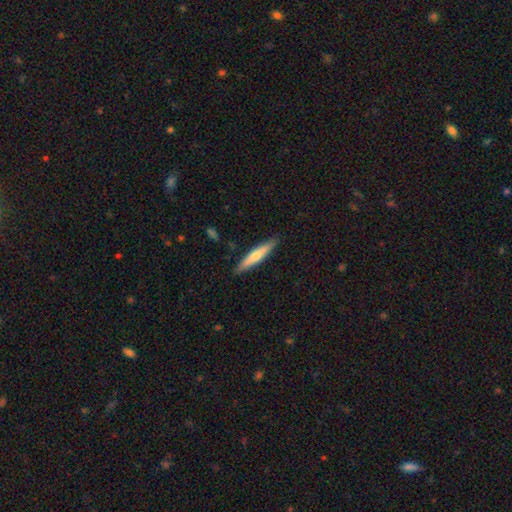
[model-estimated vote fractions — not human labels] Q: Smooth or featured?
A: smooth (60%); runner-up: featured or disk (35%)
Q: How rounded?
A: cigar-shaped (90%); runner-up: in between (8%)
Q: Merging?
A: none (89%); runner-up: minor disturbance (8%)